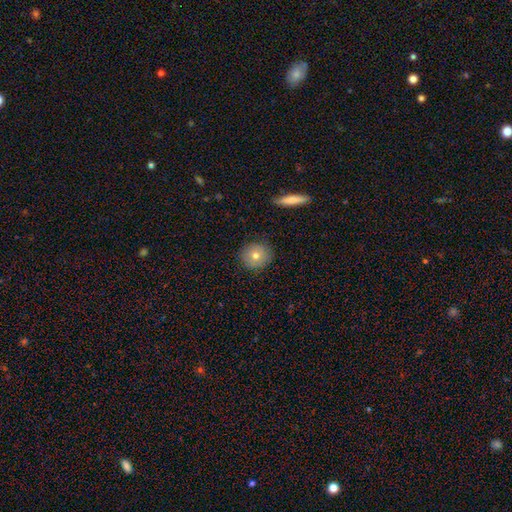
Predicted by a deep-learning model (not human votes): smooth 72%, featured or disk 19%, star or artifact 9%. Down the decision tree: how rounded — round (89%); merging — none (88%).